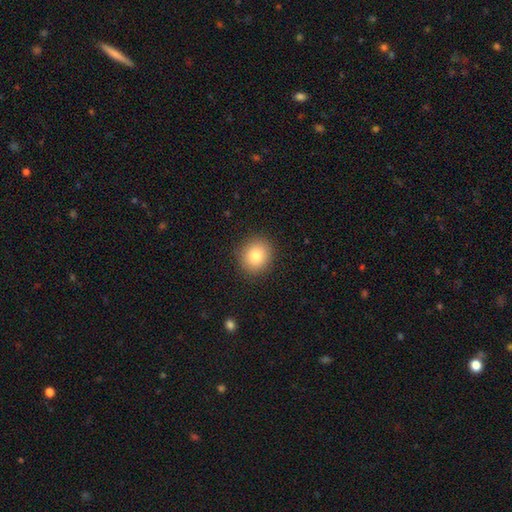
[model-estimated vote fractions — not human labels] Smooth or featured?
  - smooth: 82% *
  - star or artifact: 10%
  - featured or disk: 8%
How rounded?
  - round: 84% *
  - in between: 15%
  - cigar-shaped: 1%
Merging?
  - none: 90% *
  - minor disturbance: 7%
  - major disturbance: 2%
  - merger: 1%